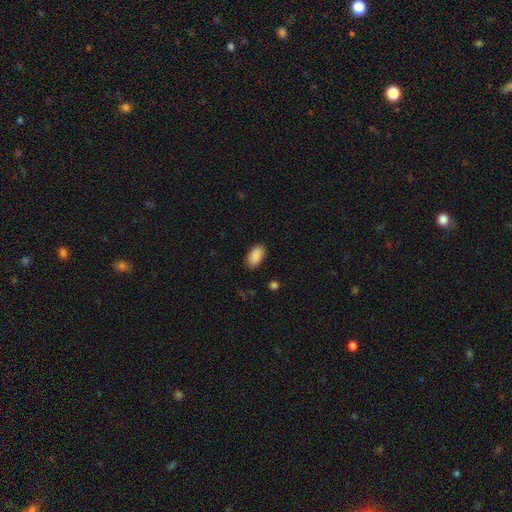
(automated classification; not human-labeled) smooth-or-featured: smooth: 90% | star or artifact: 7% | featured or disk: 3%
  how-rounded: in between: 94% | round: 3% | cigar-shaped: 3%
  merging: none: 87% | minor disturbance: 10% | major disturbance: 2% | merger: 1%